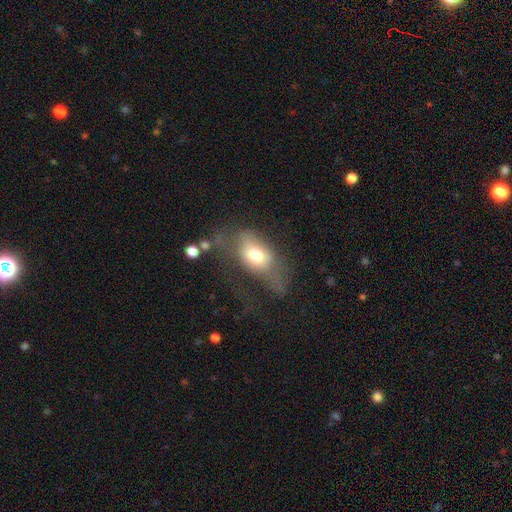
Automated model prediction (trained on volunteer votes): smooth_or_featured: smooth (p=0.67) [alt: featured or disk p=0.24]
how_rounded: in between (p=0.81) [alt: round p=0.14]
merging: major disturbance (p=0.43) [alt: none p=0.29]